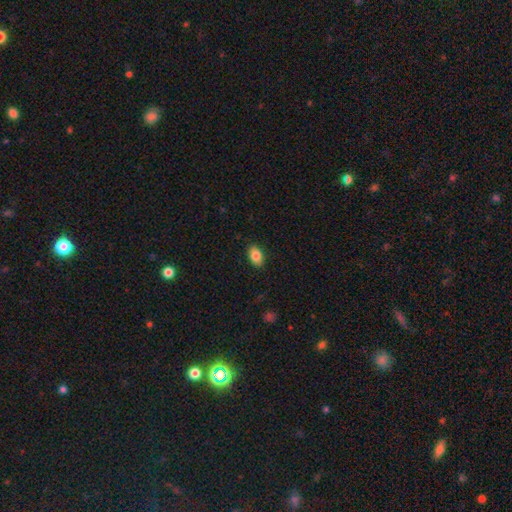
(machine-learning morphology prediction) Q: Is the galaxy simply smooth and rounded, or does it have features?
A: smooth — 85%.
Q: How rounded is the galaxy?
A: in between — 90%.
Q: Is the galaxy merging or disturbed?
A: none — 88%.